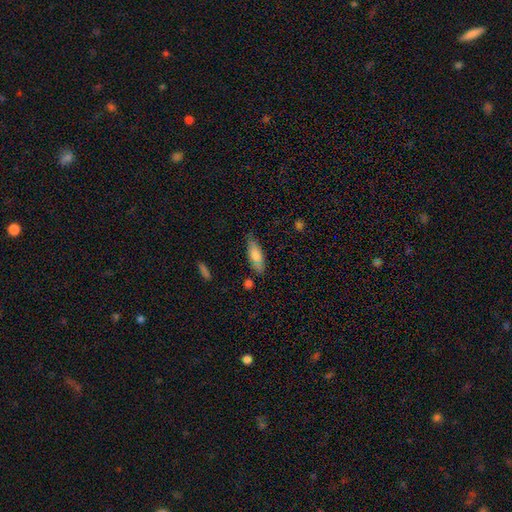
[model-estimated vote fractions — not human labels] Overall: smooth (77%). How rounded: in between (60%; cigar-shaped 38%). Merging: none (72%).